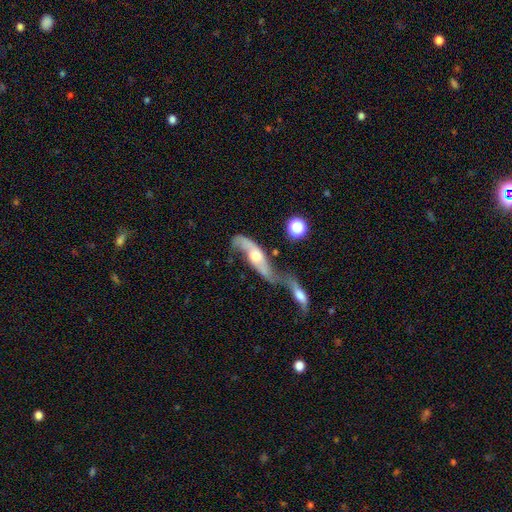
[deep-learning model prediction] smooth_or_featured: featured or disk (p=0.70) [alt: smooth p=0.23]
disk_edge_on: no (p=0.76) [alt: yes p=0.24]
bar: no (p=0.66) [alt: weak p=0.25]
has_spiral_arms: yes (p=0.80) [alt: no p=0.20]
bulge_size: moderate (p=0.64) [alt: large p=0.16]
merging: merger (p=0.64) [alt: none p=0.14]